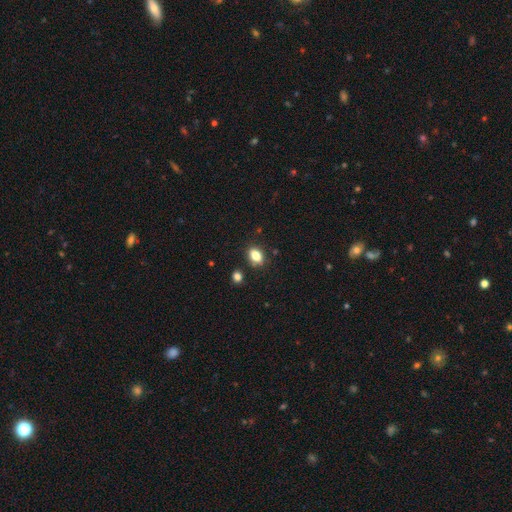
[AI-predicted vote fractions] This is clearly a smooth galaxy (83%). How rounded: likely in between (79%). Merging: clearly none (81%).